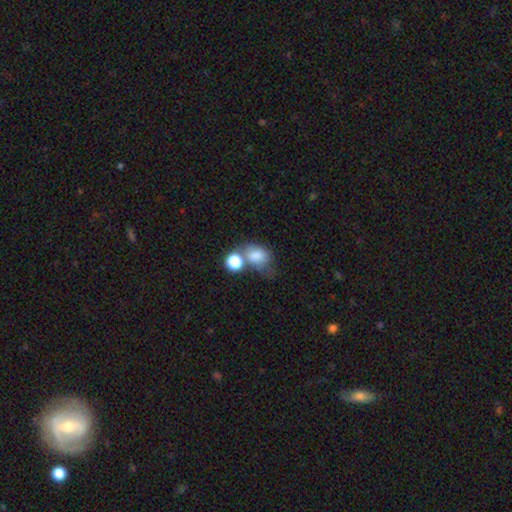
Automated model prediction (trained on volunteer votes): smooth_or_featured: smooth (p=0.76) [alt: featured or disk p=0.12]
how_rounded: in between (p=0.63) [alt: round p=0.36]
merging: merger (p=0.37) [alt: none p=0.33]